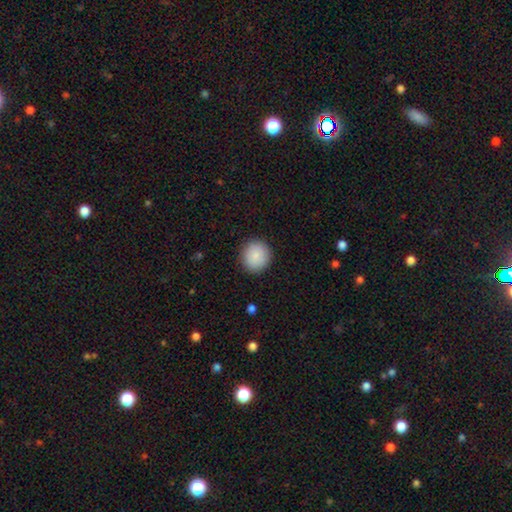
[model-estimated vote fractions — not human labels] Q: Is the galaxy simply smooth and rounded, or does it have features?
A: smooth — 88%.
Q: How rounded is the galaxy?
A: round — 90%.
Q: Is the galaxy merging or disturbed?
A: none — 91%.